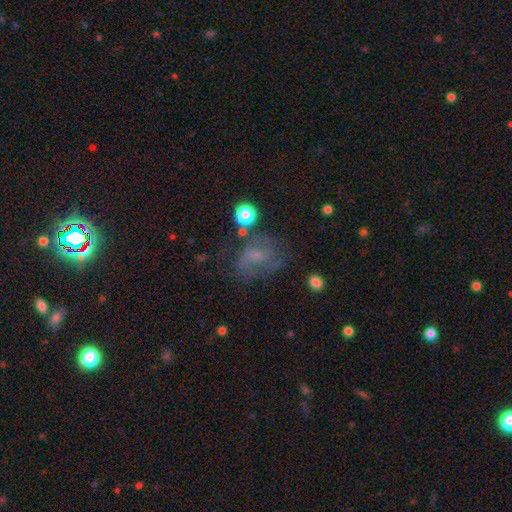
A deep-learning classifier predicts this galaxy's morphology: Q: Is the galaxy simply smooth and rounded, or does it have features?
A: featured or disk — 45%.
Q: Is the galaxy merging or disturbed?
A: none — 46%.